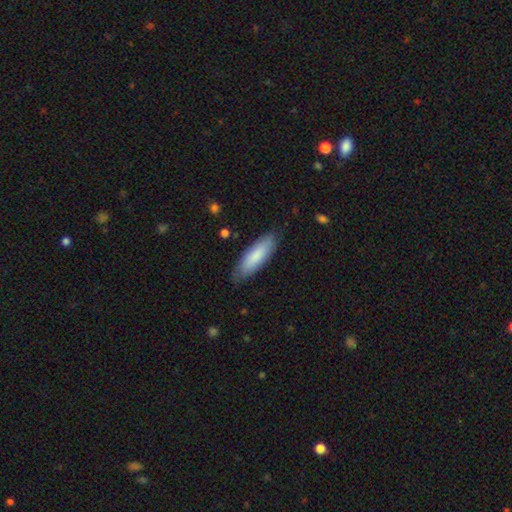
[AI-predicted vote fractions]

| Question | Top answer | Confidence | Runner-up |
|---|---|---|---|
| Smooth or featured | smooth | 81% | featured or disk (14%) |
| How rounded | cigar-shaped | 51% | in between (48%) |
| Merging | none | 84% | minor disturbance (13%) |